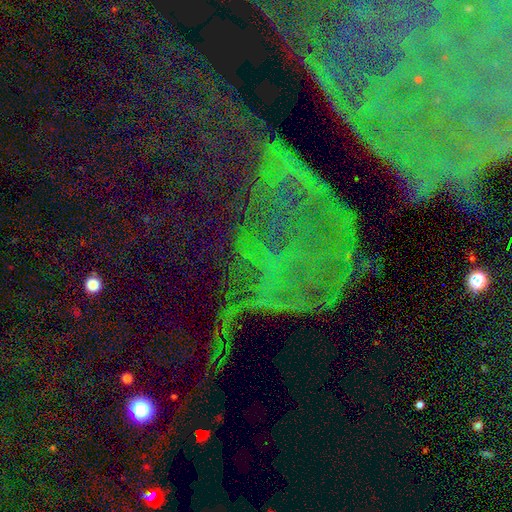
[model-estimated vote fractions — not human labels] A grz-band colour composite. It shows a star or artifact, not a galaxy (72%).